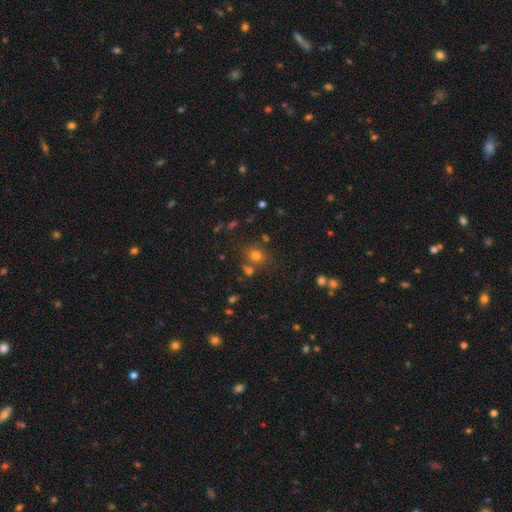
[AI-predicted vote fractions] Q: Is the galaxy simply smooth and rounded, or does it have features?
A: smooth — 71%.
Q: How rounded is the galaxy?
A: round — 68%.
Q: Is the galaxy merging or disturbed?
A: none — 69%.